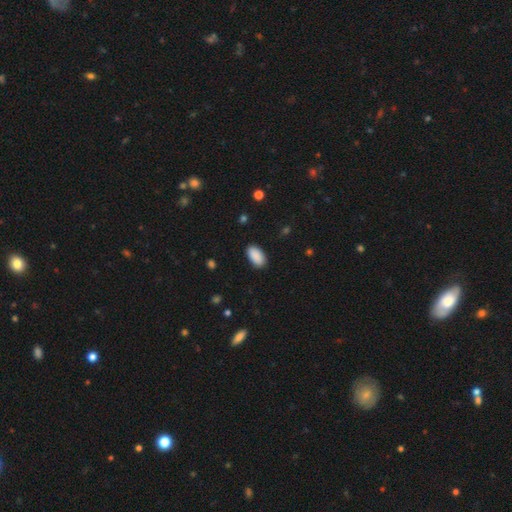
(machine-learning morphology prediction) Smooth or featured: smooth — 91% (star or artifact — 7%)
How rounded: in between — 95% (round — 3%)
Merging: none — 88% (minor disturbance — 9%)